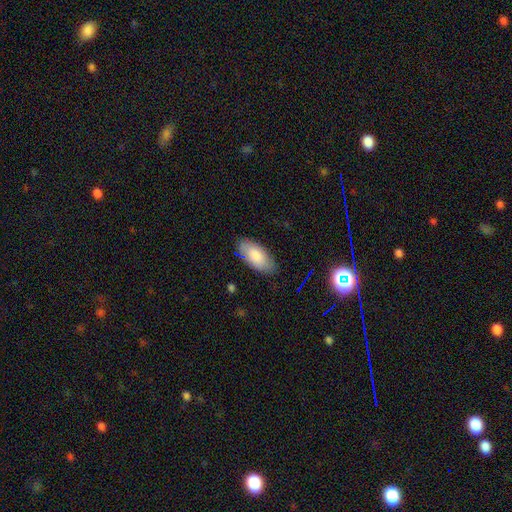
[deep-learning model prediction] Q: Smooth or featured?
A: smooth (82%); runner-up: featured or disk (12%)
Q: How rounded?
A: in between (91%); runner-up: cigar-shaped (7%)
Q: Merging?
A: none (83%); runner-up: minor disturbance (13%)